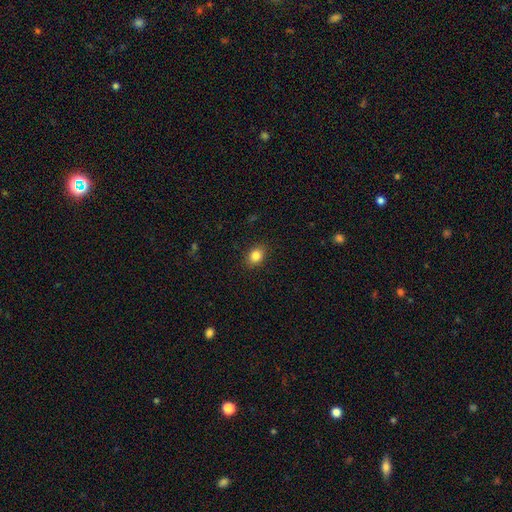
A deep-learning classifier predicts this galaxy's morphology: Smooth or featured: smooth — 84% (star or artifact — 10%)
How rounded: in between — 64% (round — 35%)
Merging: none — 88% (minor disturbance — 9%)